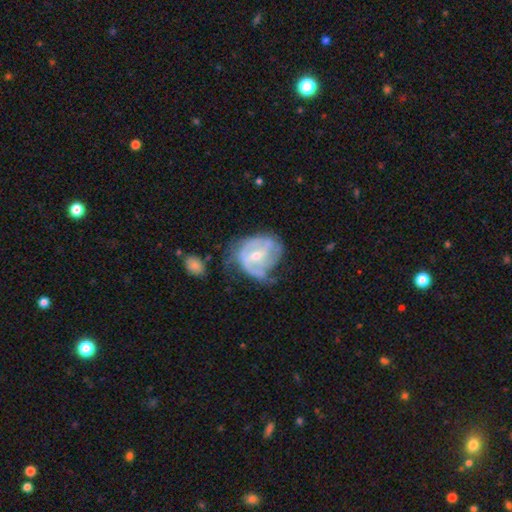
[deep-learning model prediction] smooth-or-featured: featured or disk: 74% | smooth: 20% | star or artifact: 6%
  disk-edge-on: no: 97% | yes: 3%
    bar: weak: 47% | no: 37% | strong: 16%
    has-spiral-arms: yes: 74% | no: 26%
      spiral-winding: tight: 44% | medium: 38% | loose: 18%
      spiral-arm-count: 2: 37% | can't tell: 36% | 3: 12% | 1: 9% | 4: 3% | more than 4: 2%
    bulge-size: small: 50% | moderate: 46% | large: 2% | none: 2% | dominant: 1%
  merging: none: 35% | minor disturbance: 31% | major disturbance: 28% | merger: 5%